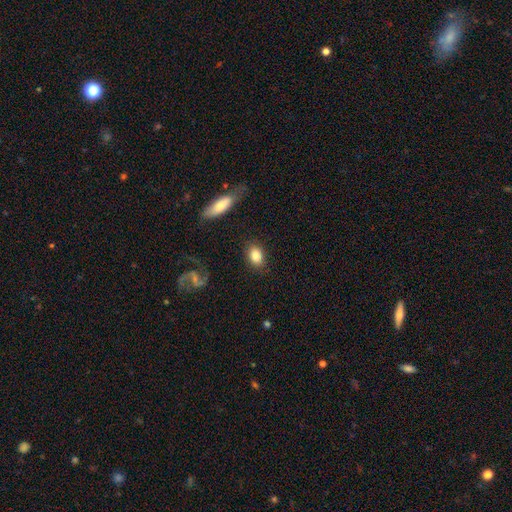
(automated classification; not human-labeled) Q: Smooth or featured?
A: smooth (83%); runner-up: featured or disk (9%)
Q: How rounded?
A: in between (77%); runner-up: round (21%)
Q: Merging?
A: none (84%); runner-up: minor disturbance (11%)